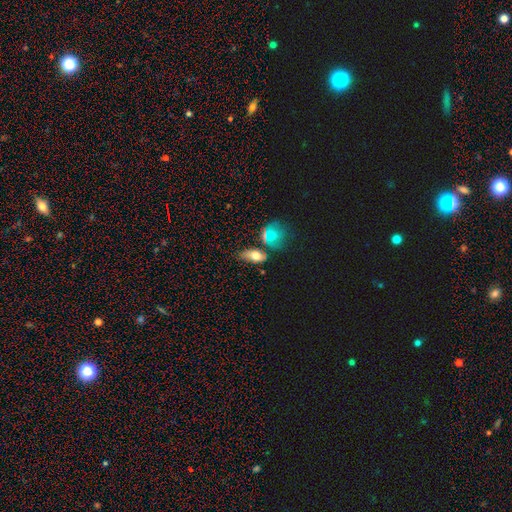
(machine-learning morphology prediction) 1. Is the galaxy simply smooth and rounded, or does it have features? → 67% smooth, 21% featured or disk, 12% star or artifact.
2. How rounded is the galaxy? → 80% in between, 12% round, 8% cigar-shaped.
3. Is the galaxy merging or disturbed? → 48% none, 24% merger, 19% minor disturbance, 10% major disturbance.